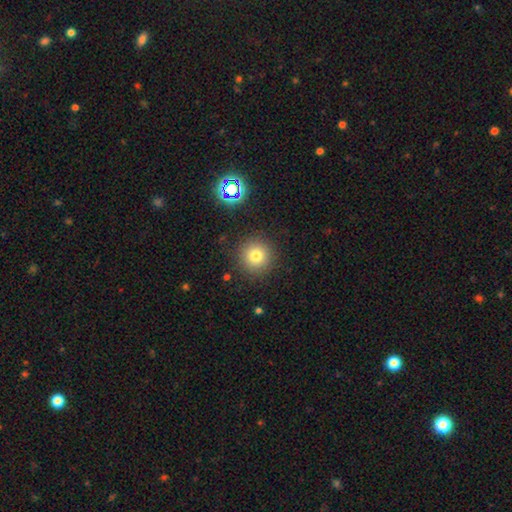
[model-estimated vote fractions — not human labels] Smooth or featured: smooth — 76% (star or artifact — 15%)
How rounded: round — 95% (in between — 4%)
Merging: none — 89% (minor disturbance — 7%)